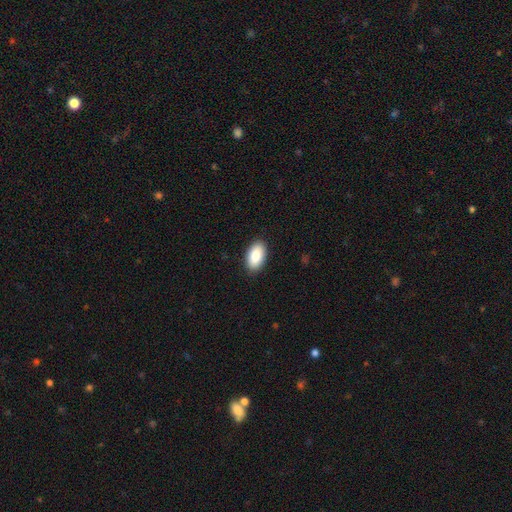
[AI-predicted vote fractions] smooth-or-featured: smooth: 86% | featured or disk: 7% | star or artifact: 6%
  how-rounded: in between: 95% | round: 4% | cigar-shaped: 2%
  merging: none: 90% | minor disturbance: 8% | major disturbance: 2% | merger: 1%